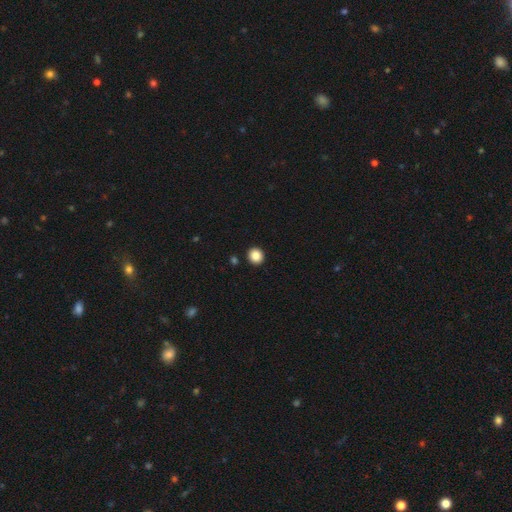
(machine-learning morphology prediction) This appears to be a smooth galaxy with no disk features (87%) that is round (89%). Merging: none (93%).